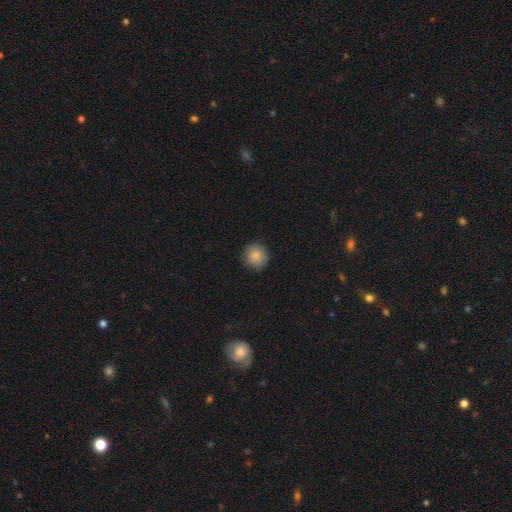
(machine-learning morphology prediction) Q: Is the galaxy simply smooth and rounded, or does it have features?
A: smooth — 85%.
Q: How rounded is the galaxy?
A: round — 91%.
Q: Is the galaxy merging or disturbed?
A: none — 87%.